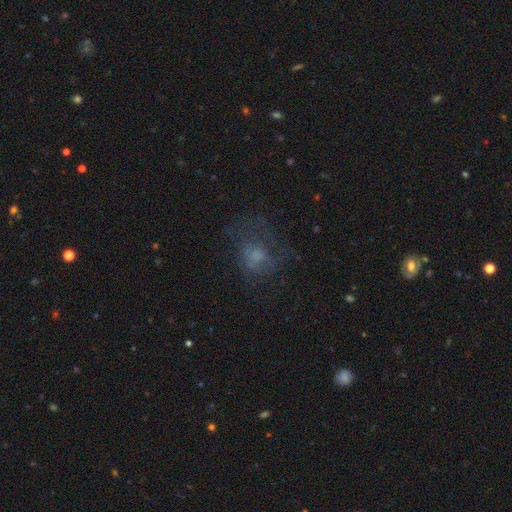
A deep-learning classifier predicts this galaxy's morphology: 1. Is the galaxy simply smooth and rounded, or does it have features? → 47% smooth, 33% featured or disk, 20% star or artifact.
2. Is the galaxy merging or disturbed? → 44% none, 34% major disturbance, 20% minor disturbance, 2% merger.